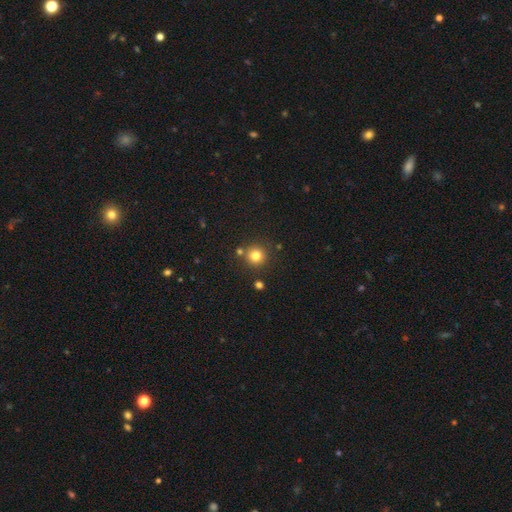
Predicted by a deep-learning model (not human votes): This appears to be a smooth galaxy with no disk features (81%) that is round (94%). Merging: none (82%).